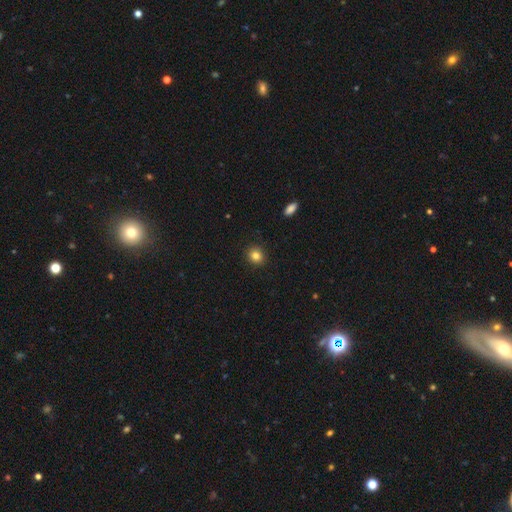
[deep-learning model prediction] A smooth galaxy with no disk features (83%) that is round (80%).

Vote fractions:
- Smooth or featured? smooth: 83% / star or artifact: 11% / featured or disk: 6%
- How rounded? round: 80% / in between: 19% / cigar-shaped: 1%
- Merging? none: 91% / minor disturbance: 6% / major disturbance: 2% / merger: 1%